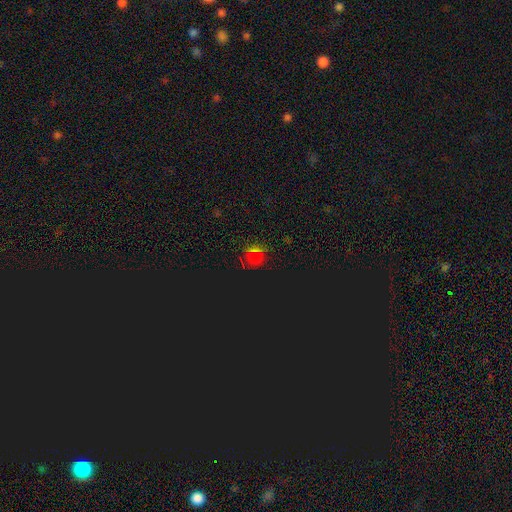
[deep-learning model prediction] smooth_or_featured: star or artifact (p=0.59) [alt: smooth p=0.33]